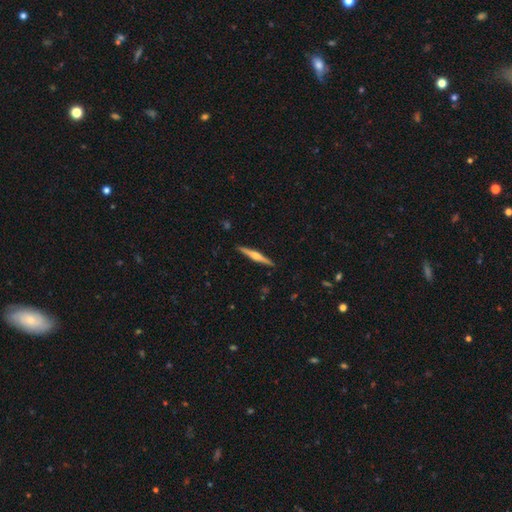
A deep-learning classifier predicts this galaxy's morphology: A featured or disk galaxy (67%) viewed edge-on (98%) with a rounded central bulge (77%).

Vote fractions:
- Smooth or featured? featured or disk: 67% / smooth: 28% / star or artifact: 5%
- Edge-on disk? yes: 98% / no: 2%
- Edge-on bulge? rounded: 77% / boxy: 14% / none: 9%
- Merging? none: 91% / minor disturbance: 6% / major disturbance: 1% / merger: 1%